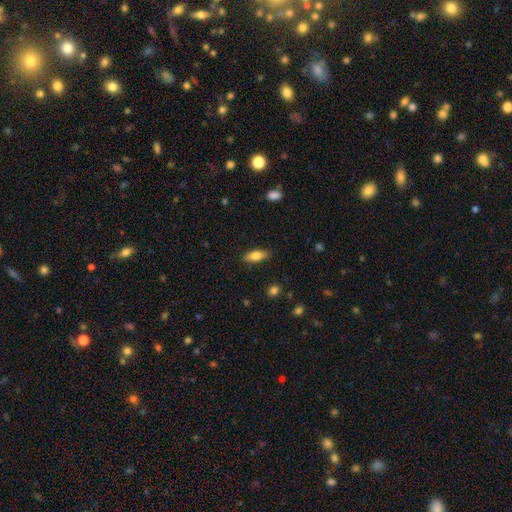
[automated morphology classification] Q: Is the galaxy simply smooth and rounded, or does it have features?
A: smooth — 79%.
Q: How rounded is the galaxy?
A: in between — 76%.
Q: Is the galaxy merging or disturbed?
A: none — 86%.